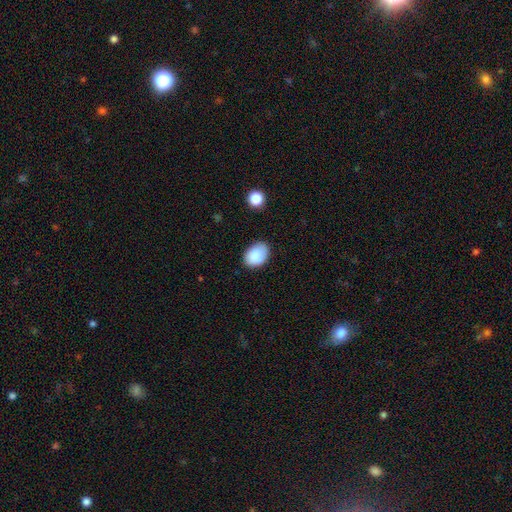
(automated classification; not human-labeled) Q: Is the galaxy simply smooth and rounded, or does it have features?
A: smooth — 87%.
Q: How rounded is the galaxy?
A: in between — 81%.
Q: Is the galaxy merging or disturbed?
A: none — 76%.